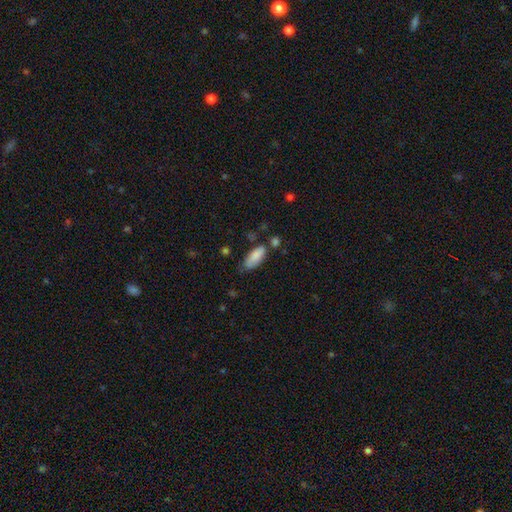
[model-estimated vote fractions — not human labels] smooth 85%, featured or disk 8%, star or artifact 7%. Down the decision tree: how rounded — in between (79%); merging — none (56%).